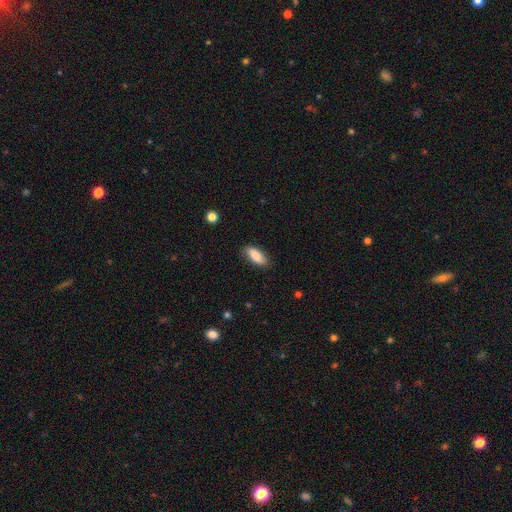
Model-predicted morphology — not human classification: Smooth or featured? smooth (84%)
How rounded? in between (83%)
Merging? none (83%)